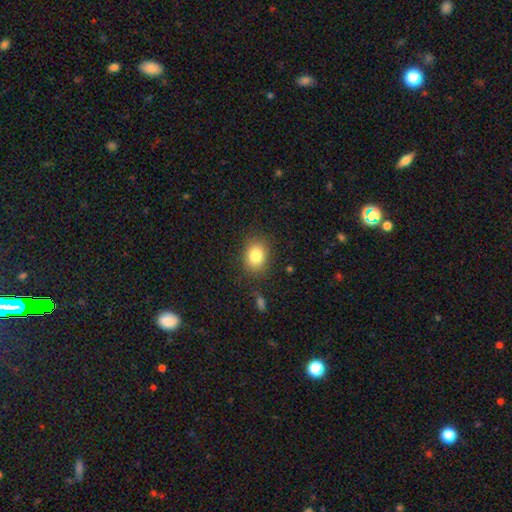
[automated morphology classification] Overall: smooth (82%). How rounded: round (55%; in between 45%). Merging: none (84%).